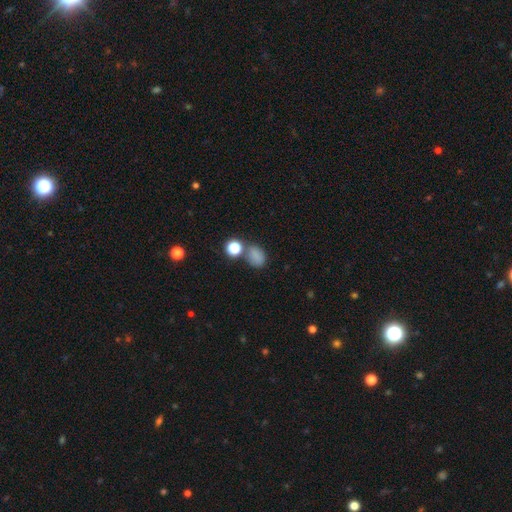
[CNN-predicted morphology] Smooth or featured? Predicted: smooth (p=0.77). How rounded? Predicted: in between (p=0.61). Merging? Predicted: none (p=0.58).